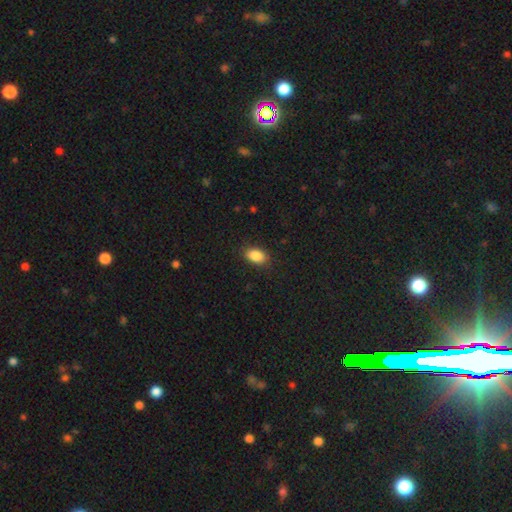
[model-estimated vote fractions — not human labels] Smooth or featured? smooth (88%)
How rounded? in between (89%)
Merging? none (87%)